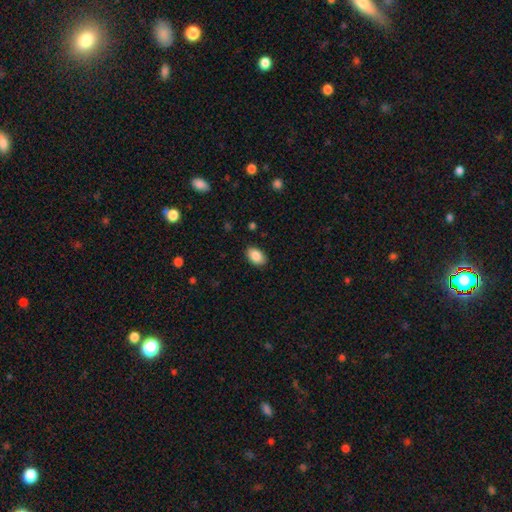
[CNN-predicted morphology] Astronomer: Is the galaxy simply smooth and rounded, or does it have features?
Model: smooth — 88%.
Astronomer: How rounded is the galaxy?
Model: in between — 89%.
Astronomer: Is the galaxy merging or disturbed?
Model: none — 87%.